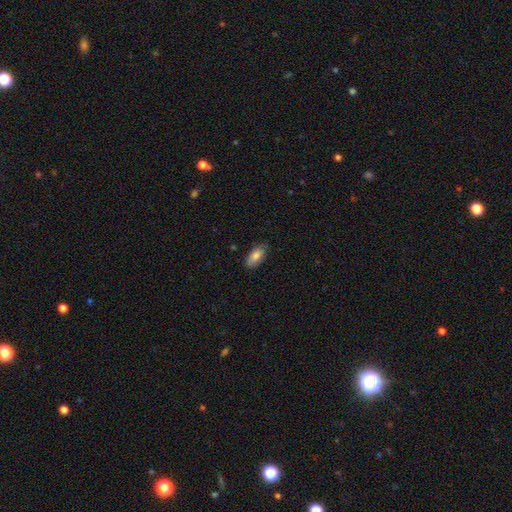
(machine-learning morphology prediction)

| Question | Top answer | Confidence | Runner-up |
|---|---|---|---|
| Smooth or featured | smooth | 80% | featured or disk (13%) |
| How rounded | in between | 90% | cigar-shaped (8%) |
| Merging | none | 80% | minor disturbance (16%) |